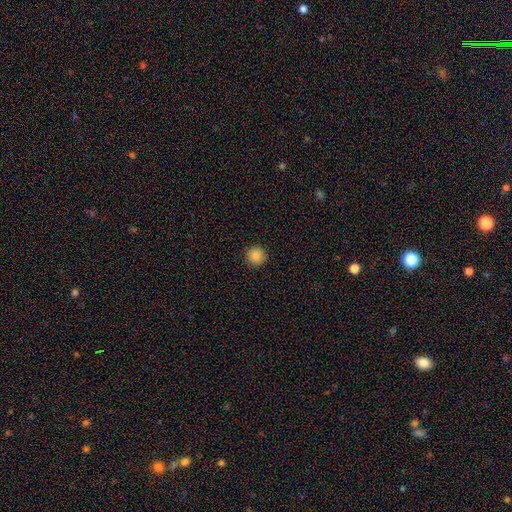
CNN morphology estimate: smooth 87%, star or artifact 10%, featured or disk 3%. Down the decision tree: how rounded — round (96%); merging — none (92%).